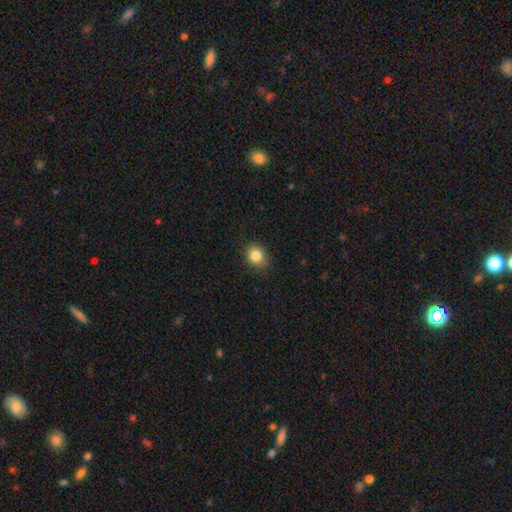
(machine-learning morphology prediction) This is clearly a smooth galaxy (84%). How rounded: likely round (74%). Merging: clearly none (87%).